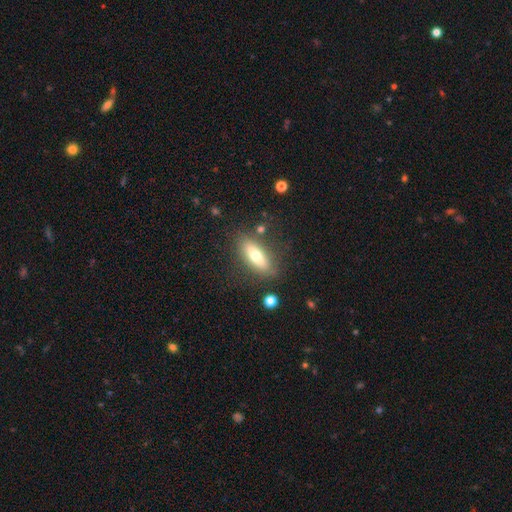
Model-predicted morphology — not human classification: The model was most divided on "how rounded": in between: 66%, cigar-shaped: 31%, round: 3%. More confident: merging — none (79%); smooth or featured — smooth (65%).